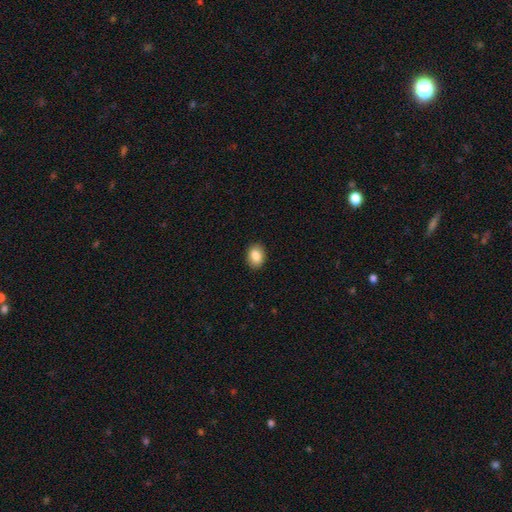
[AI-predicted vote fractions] This is clearly a smooth galaxy (85%). How rounded: likely in between (71%). Merging: clearly none (90%).